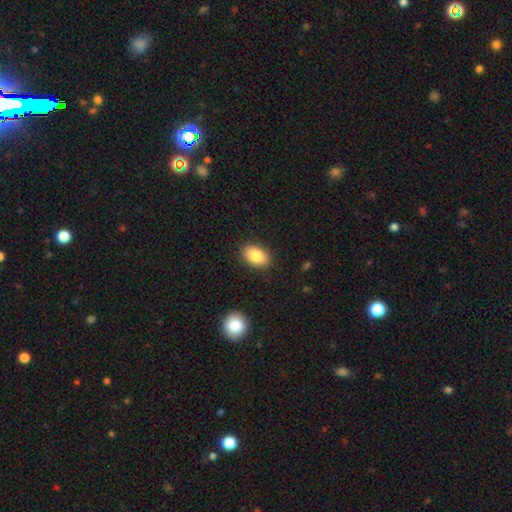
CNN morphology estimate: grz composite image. It shows a smooth galaxy with no disk features (86%) that is in between round and cigar-shaped (88%). Merging: none (88%).